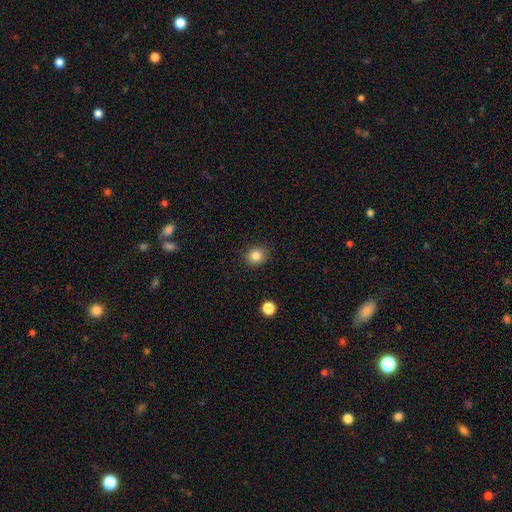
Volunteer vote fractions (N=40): A smooth galaxy with no disk features (82%) that is round (100%).

Vote fractions:
- Smooth or featured? smooth: 82% / star or artifact: 12% / featured or disk: 5%
- How rounded? round: 100% / in between: 0% / cigar-shaped: 0%
- Merging? none: 89% / minor disturbance: 6% / major disturbance: 3% / merger: 3%